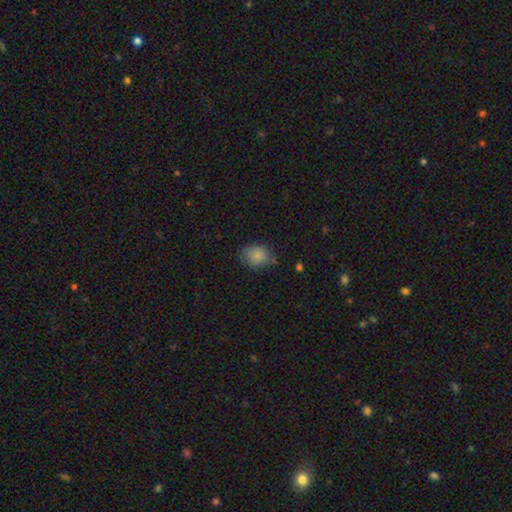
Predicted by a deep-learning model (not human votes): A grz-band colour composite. It shows a smooth galaxy with no disk features (84%) that is round (51%). Merging: none (72%).